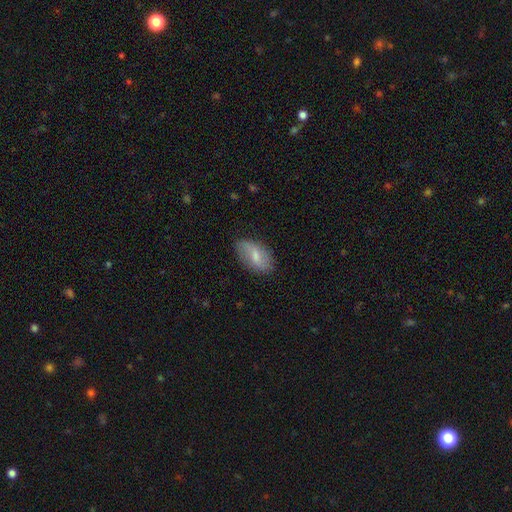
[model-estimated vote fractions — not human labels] Morphology: type=smooth (61%); roundness=in between (92%); merging=none (78%).